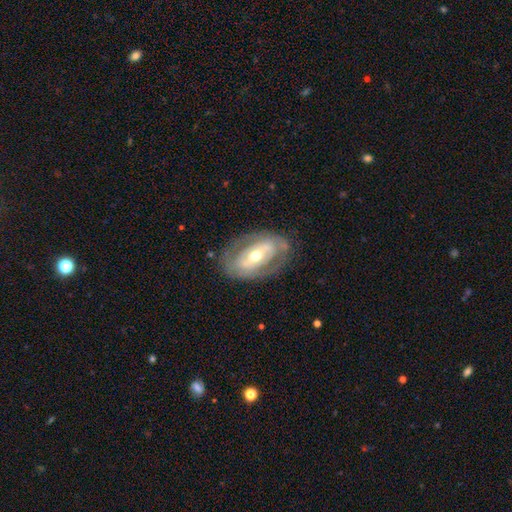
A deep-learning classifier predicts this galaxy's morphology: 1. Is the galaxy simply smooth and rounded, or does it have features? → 74% featured or disk, 21% smooth, 5% star or artifact.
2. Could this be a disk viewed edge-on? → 92% no, 8% yes.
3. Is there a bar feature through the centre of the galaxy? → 38% strong, 32% no, 30% weak.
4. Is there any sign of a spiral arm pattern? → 54% yes, 46% no.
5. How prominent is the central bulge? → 61% moderate, 32% small, 5% large, 1% dominant, 1% none.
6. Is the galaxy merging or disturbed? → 75% none, 15% minor disturbance, 8% major disturbance, 1% merger.